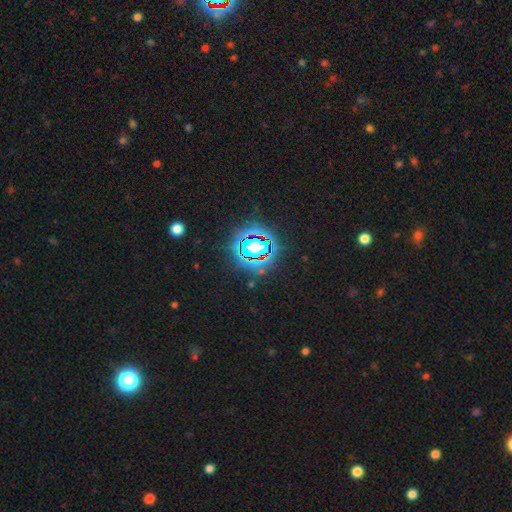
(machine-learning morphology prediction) Q: Smooth or featured?
A: star or artifact (85%); runner-up: smooth (9%)